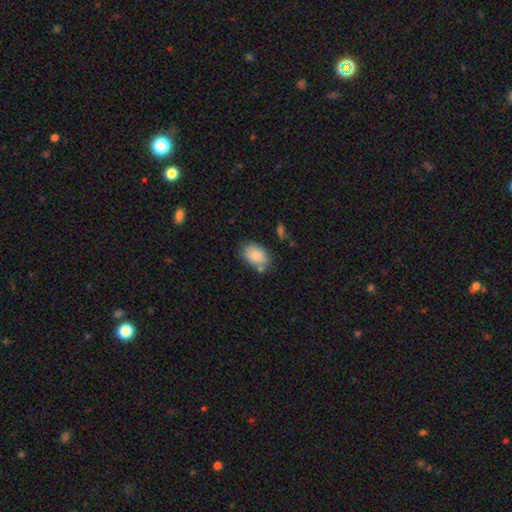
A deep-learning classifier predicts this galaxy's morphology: A smooth galaxy with no disk features (87%) that is in between round and cigar-shaped (87%). Merging: none (73%).